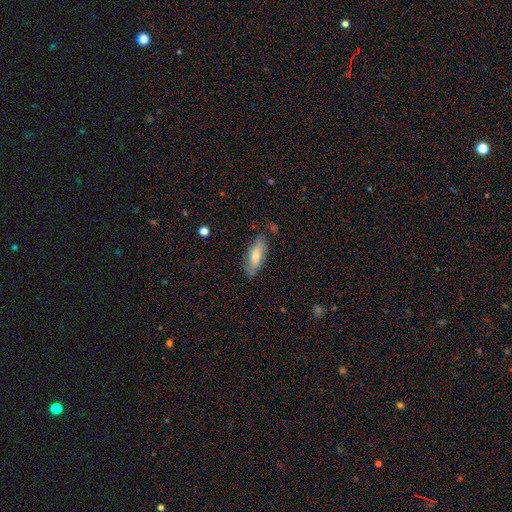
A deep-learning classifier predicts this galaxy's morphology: The model was most divided on "smooth or featured": smooth: 64%, featured or disk: 29%, star or artifact: 6%. More confident: merging — none (75%); how rounded — in between (71%).